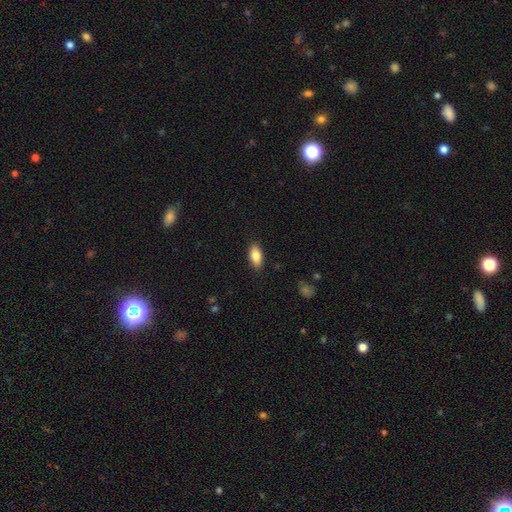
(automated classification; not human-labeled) The model was most divided on "smooth or featured": smooth: 84%, featured or disk: 9%, star or artifact: 7%. More confident: how rounded — in between (89%); merging — none (87%).